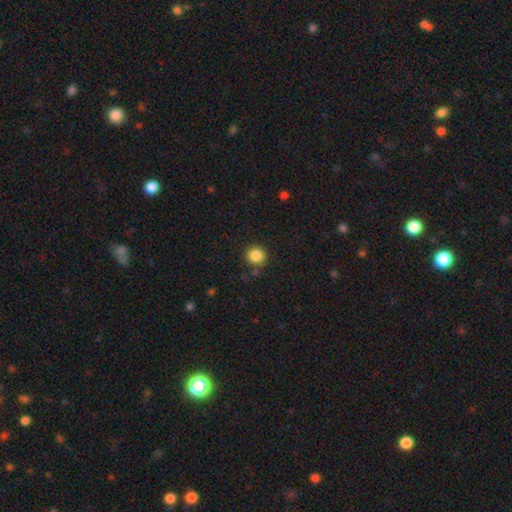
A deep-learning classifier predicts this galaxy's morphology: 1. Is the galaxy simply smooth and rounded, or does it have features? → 86% smooth, 10% star or artifact, 4% featured or disk.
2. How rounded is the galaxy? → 91% round, 8% in between, 1% cigar-shaped.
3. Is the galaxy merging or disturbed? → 87% none, 8% minor disturbance, 3% merger, 3% major disturbance.